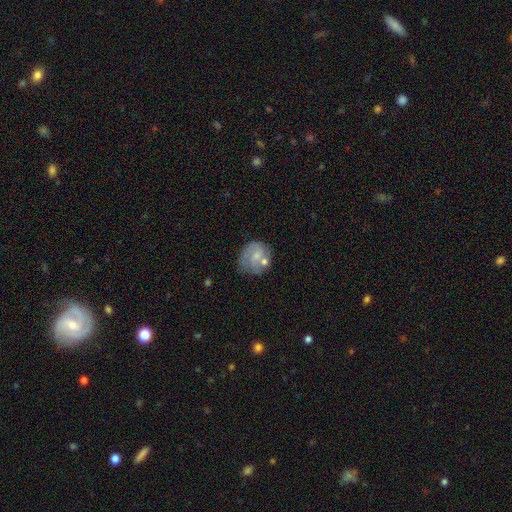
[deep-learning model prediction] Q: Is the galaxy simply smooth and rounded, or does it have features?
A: featured or disk — 49%.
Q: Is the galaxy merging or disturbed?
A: none — 45%.